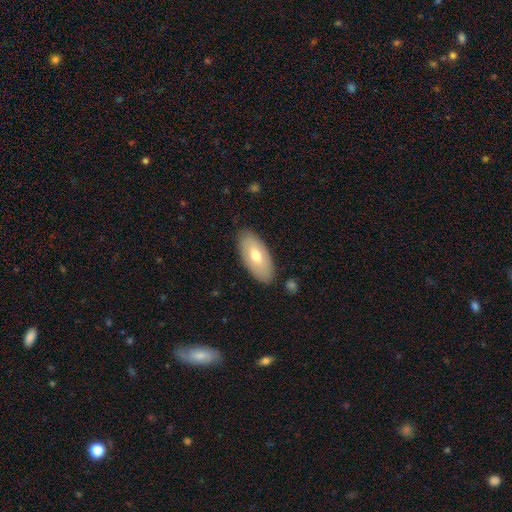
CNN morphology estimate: Smooth or featured: smooth — 65% (featured or disk — 29%)
How rounded: in between — 90% (cigar-shaped — 7%)
Merging: none — 86% (minor disturbance — 10%)